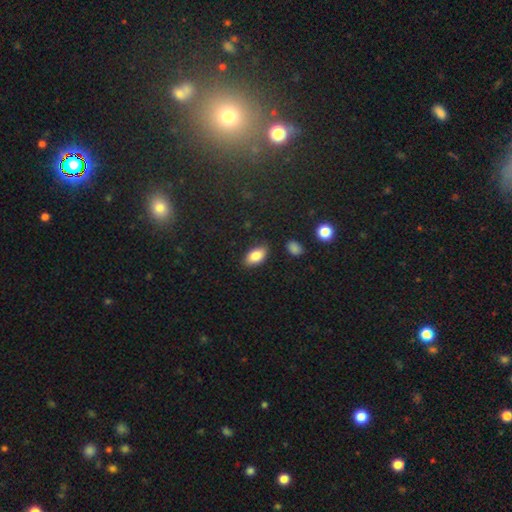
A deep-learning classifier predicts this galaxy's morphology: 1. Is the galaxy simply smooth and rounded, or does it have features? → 83% smooth, 9% featured or disk, 7% star or artifact.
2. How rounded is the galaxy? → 92% in between, 4% round, 3% cigar-shaped.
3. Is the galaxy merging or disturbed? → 85% none, 11% minor disturbance, 2% major disturbance, 2% merger.